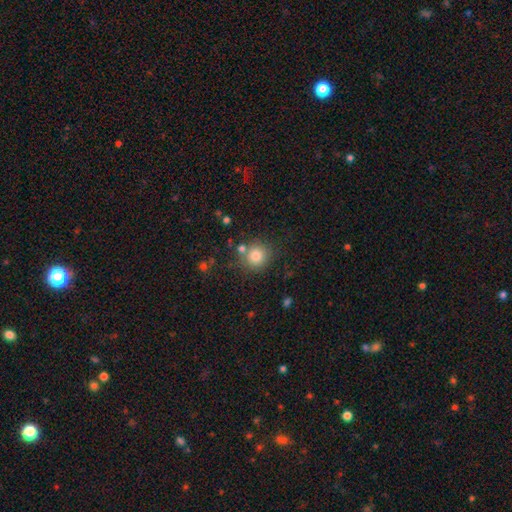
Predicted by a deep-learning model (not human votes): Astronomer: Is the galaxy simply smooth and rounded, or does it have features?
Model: smooth — 82%.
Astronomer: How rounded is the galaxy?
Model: round — 91%.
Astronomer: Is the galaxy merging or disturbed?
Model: none — 77%.